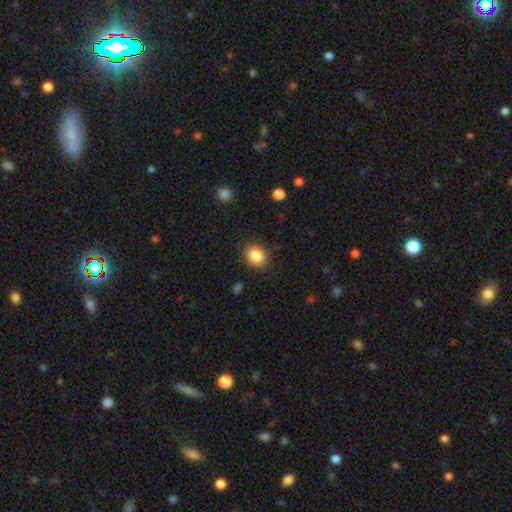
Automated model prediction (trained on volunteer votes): smooth 85%, star or artifact 9%, featured or disk 6%. Down the decision tree: how rounded — round (66%); merging — none (86%).